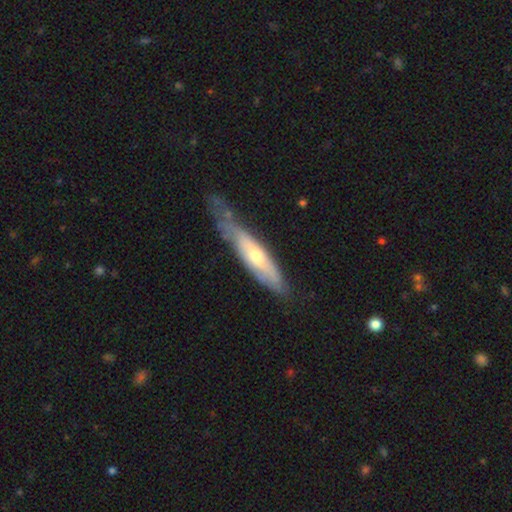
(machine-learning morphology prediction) smooth-or-featured: featured or disk: 56% | smooth: 38% | star or artifact: 6%
  disk-edge-on: yes: 57% | no: 43%
  merging: none: 44% | minor disturbance: 36% | major disturbance: 17% | merger: 3%